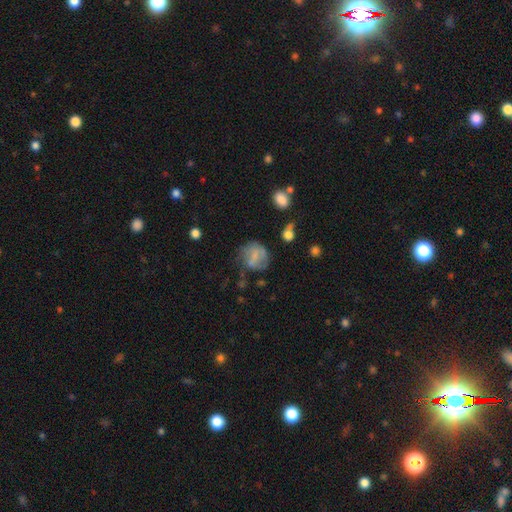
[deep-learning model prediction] Smooth or featured? smooth (59%)
How rounded? round (69%)
Merging? none (48%)